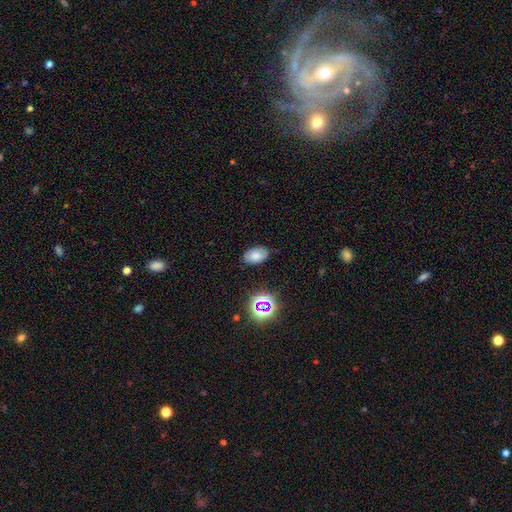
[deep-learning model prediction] This is likely a smooth galaxy (74%). How rounded: clearly in between (91%). Merging: clearly none (84%).